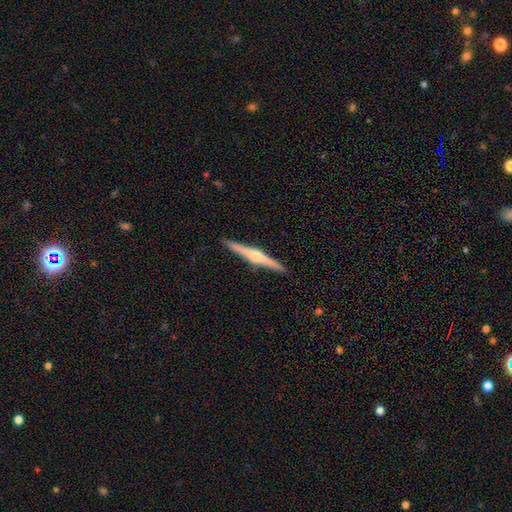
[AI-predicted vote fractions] Morphology: type=featured or disk (76%); edge-on=yes (98%); edge-on bulge=rounded (84%); merging=none (92%).